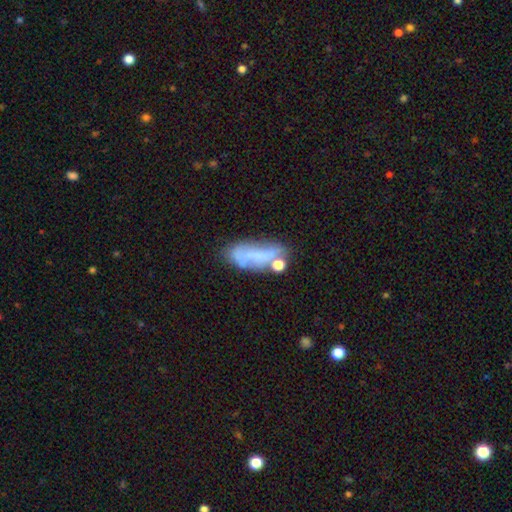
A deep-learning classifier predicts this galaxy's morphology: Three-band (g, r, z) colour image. It shows a smooth galaxy with no disk features (50%). Merging: none (39%).